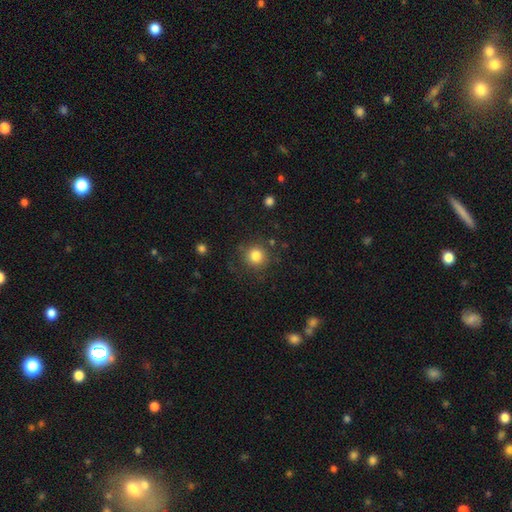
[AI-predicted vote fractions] This is clearly a smooth galaxy (83%). How rounded: clearly round (92%). Merging: clearly none (83%).